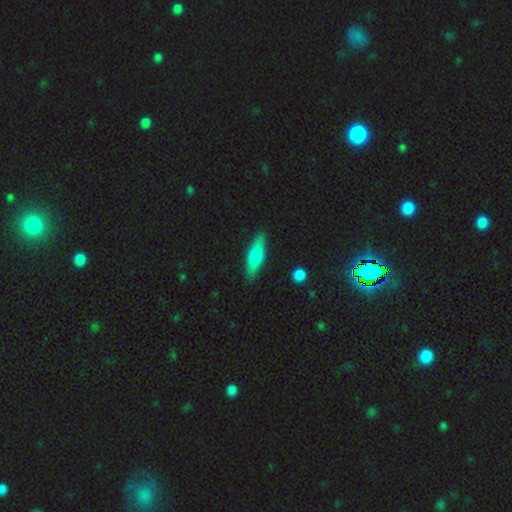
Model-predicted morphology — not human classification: type=smooth (64%); roundness=cigar-shaped (56%); merging=none (88%).